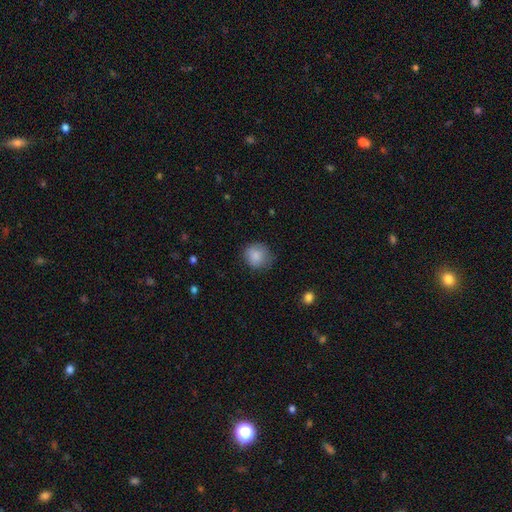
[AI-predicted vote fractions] Smooth or featured? Predicted: smooth (p=0.86). How rounded? Predicted: round (p=0.85). Merging? Predicted: none (p=0.72).